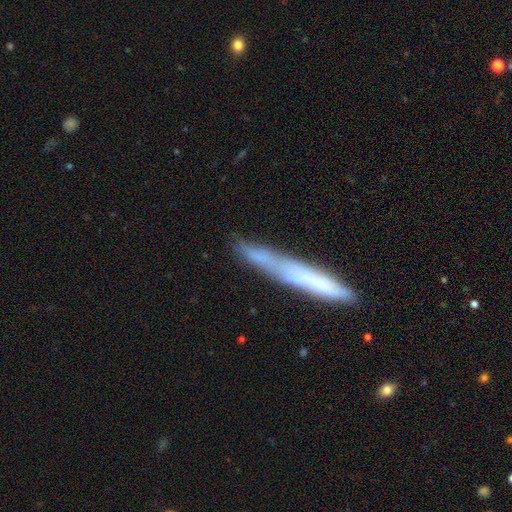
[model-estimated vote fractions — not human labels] Smooth or featured? Predicted: smooth (p=0.55). How rounded? Predicted: cigar-shaped (p=0.90). Merging? Predicted: none (p=0.67).